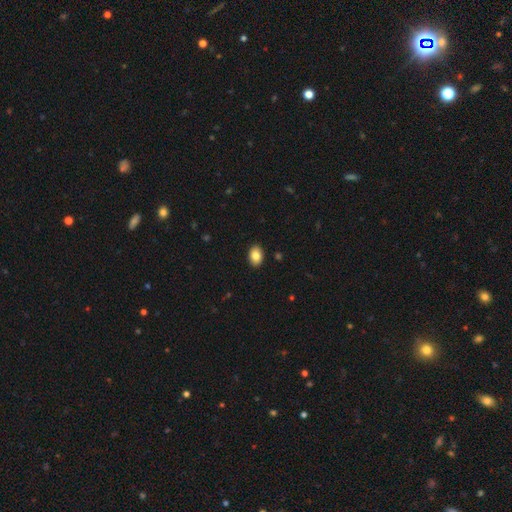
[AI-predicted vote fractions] smooth_or_featured: smooth (p=0.85) [alt: star or artifact p=0.08]
how_rounded: in between (p=0.78) [alt: round p=0.21]
merging: none (p=0.91) [alt: minor disturbance p=0.07]